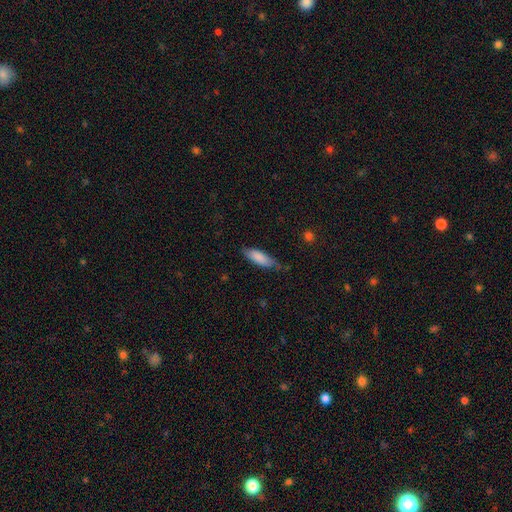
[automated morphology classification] smooth-or-featured: smooth: 84% | featured or disk: 10% | star or artifact: 6%
  how-rounded: in between: 56% | cigar-shaped: 43% | round: 2%
  merging: none: 64% | minor disturbance: 28% | major disturbance: 5% | merger: 2%